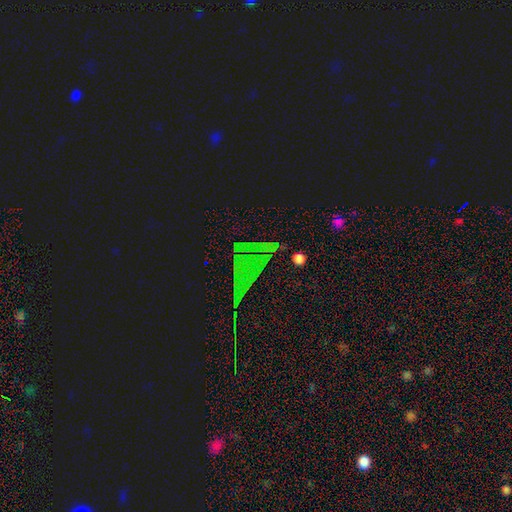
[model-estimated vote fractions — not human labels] smooth-or-featured: star or artifact: 74% | smooth: 13% | featured or disk: 13%